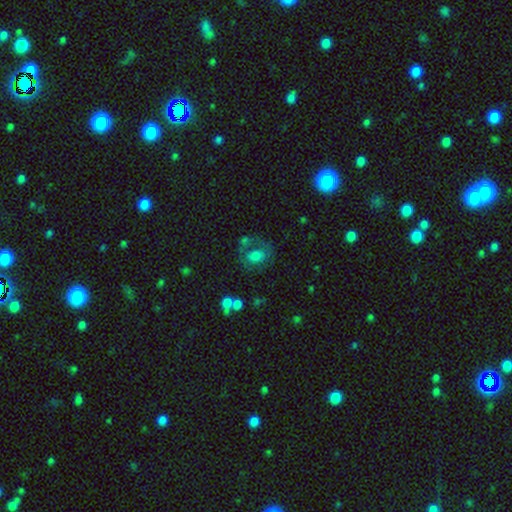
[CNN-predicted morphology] A smooth galaxy with no disk features (56%) that is in between round and cigar-shaped (53%).

Vote fractions:
- Smooth or featured? smooth: 56% / featured or disk: 33% / star or artifact: 11%
- How rounded? in between: 53% / round: 45% / cigar-shaped: 1%
- Merging? none: 46% / minor disturbance: 21% / major disturbance: 21% / merger: 12%